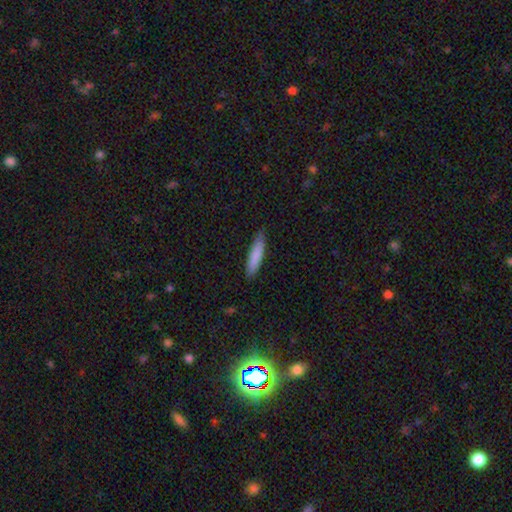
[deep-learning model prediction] Smooth or featured: smooth — 84% (featured or disk — 11%)
How rounded: cigar-shaped — 83% (in between — 16%)
Merging: none — 84% (minor disturbance — 13%)